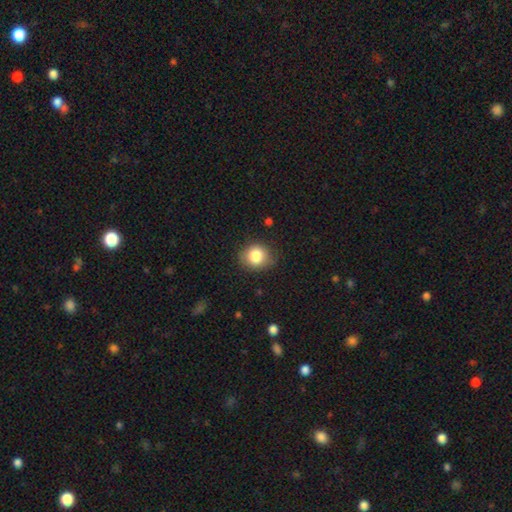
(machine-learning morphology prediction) This appears to be a smooth galaxy with no disk features (84%) that is round (74%). Merging: none (81%).